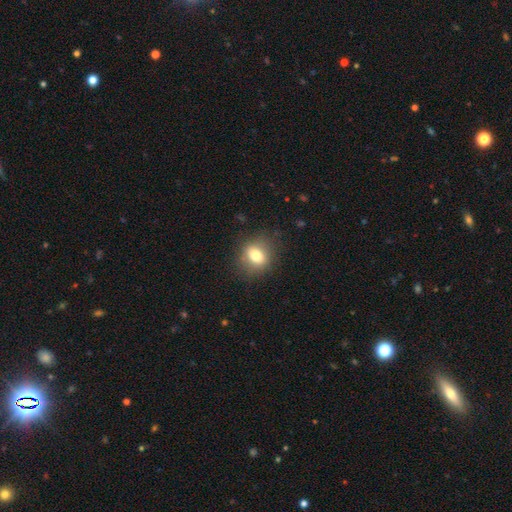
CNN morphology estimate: A smooth galaxy with no disk features (77%) that is round (58%).

Vote fractions:
- Smooth or featured? smooth: 77% / featured or disk: 12% / star or artifact: 10%
- How rounded? round: 58% / in between: 40% / cigar-shaped: 1%
- Merging? none: 83% / minor disturbance: 12% / major disturbance: 4% / merger: 1%